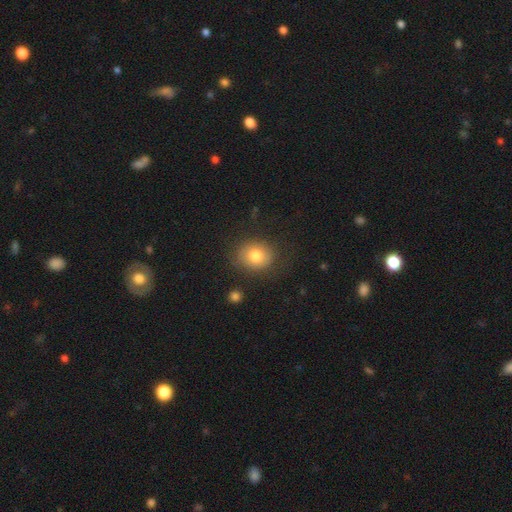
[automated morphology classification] type=smooth (78%); roundness=round (67%); merging=none (81%).